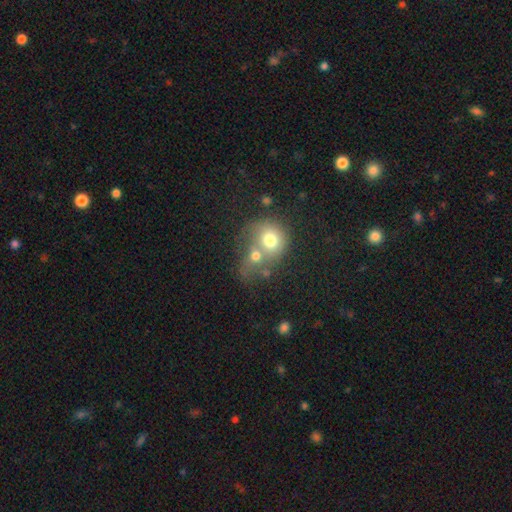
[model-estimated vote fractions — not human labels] smooth-or-featured: smooth: 66% | featured or disk: 22% | star or artifact: 12%
  how-rounded: round: 71% | in between: 27% | cigar-shaped: 1%
  merging: merger: 66% | none: 21% | minor disturbance: 7% | major disturbance: 6%